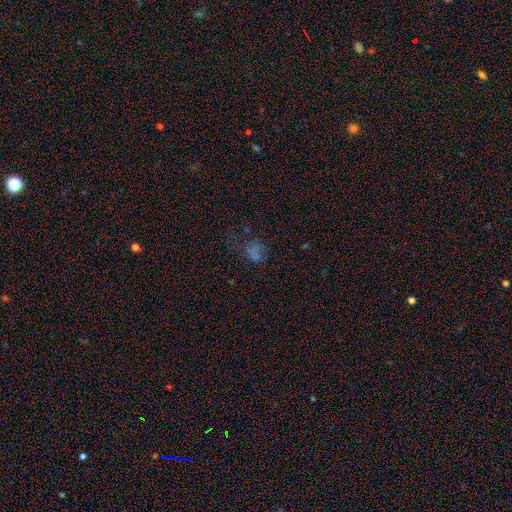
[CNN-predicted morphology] type=smooth (43%); merging=none (44%).